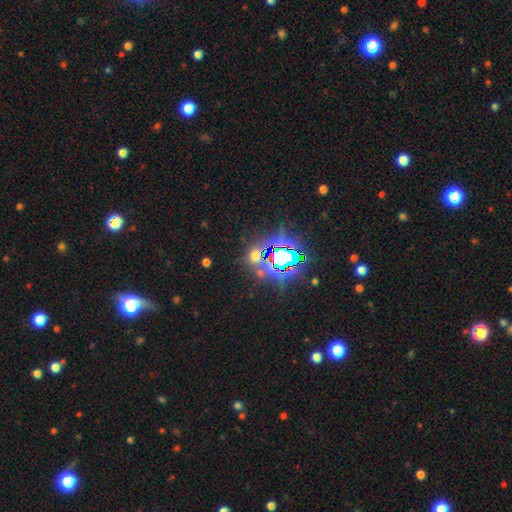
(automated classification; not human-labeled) Morphology: type=star or artifact (57%).